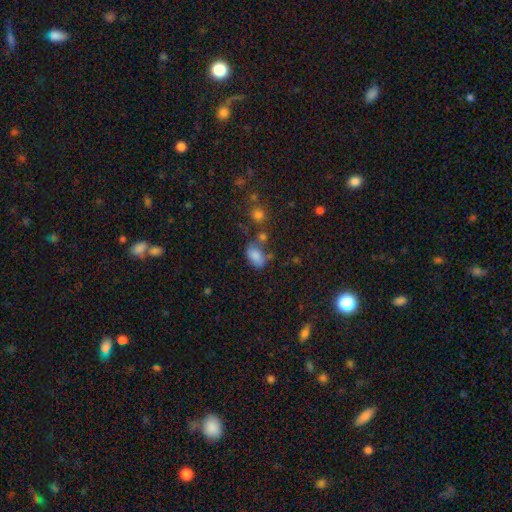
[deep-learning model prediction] A smooth galaxy with no disk features (79%) that is in between round and cigar-shaped (89%). Merging: none (47%).